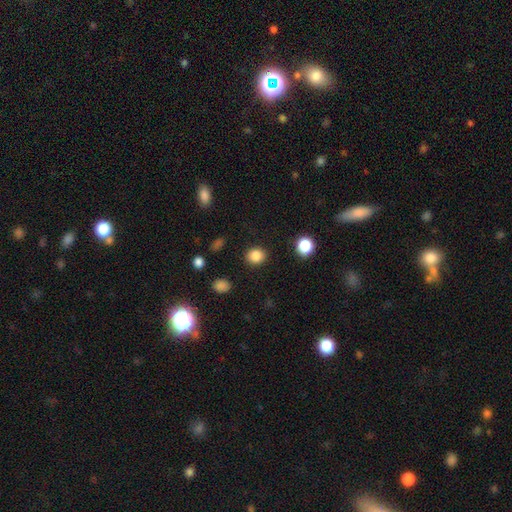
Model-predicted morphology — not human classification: smooth 85%, star or artifact 11%, featured or disk 4%. Down the decision tree: how rounded — round (78%); merging — none (89%).